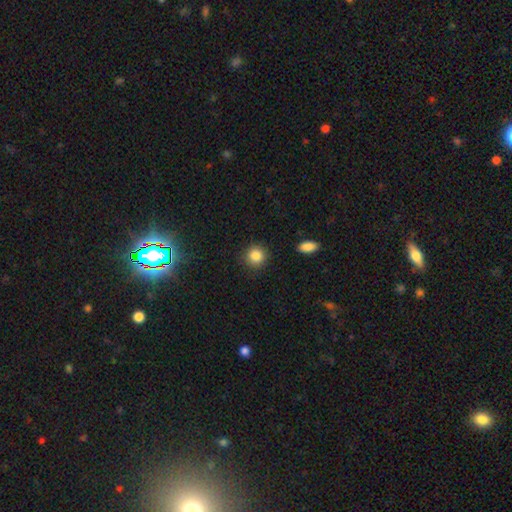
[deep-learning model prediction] The model was most divided on "smooth or featured": smooth: 85%, star or artifact: 10%, featured or disk: 5%. More confident: how rounded — round (90%); merging — none (88%).